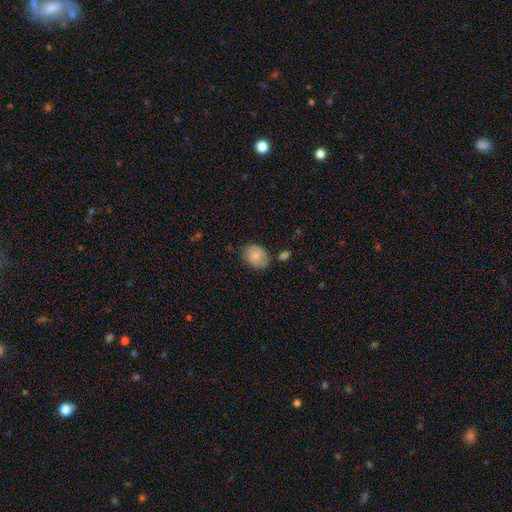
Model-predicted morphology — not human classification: smooth-or-featured: smooth: 83% | featured or disk: 10% | star or artifact: 7%
  how-rounded: in between: 59% | round: 40% | cigar-shaped: 1%
  merging: none: 70% | minor disturbance: 20% | merger: 5% | major disturbance: 4%